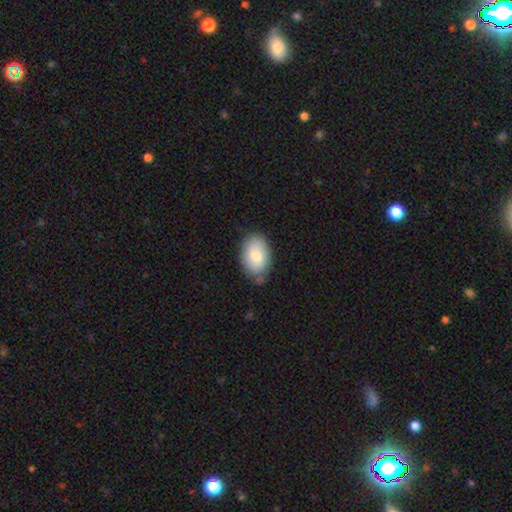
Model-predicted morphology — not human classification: smooth 77%, featured or disk 17%, star or artifact 6%. Down the decision tree: how rounded — in between (86%); merging — none (74%).